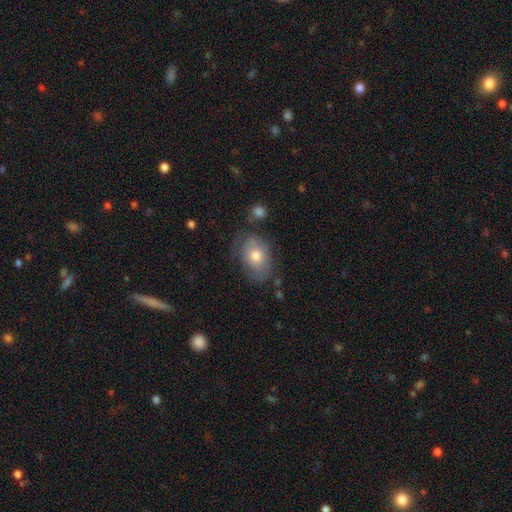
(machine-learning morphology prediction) Q: Smooth or featured?
A: smooth (65%); runner-up: featured or disk (26%)
Q: How rounded?
A: in between (73%); runner-up: round (26%)
Q: Merging?
A: none (60%); runner-up: minor disturbance (26%)